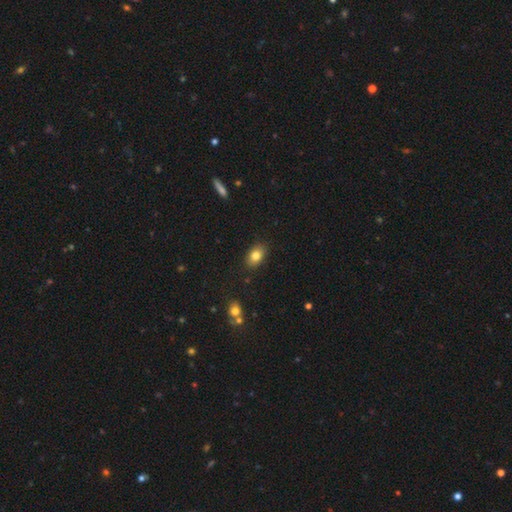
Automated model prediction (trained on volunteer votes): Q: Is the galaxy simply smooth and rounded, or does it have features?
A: smooth — 81%.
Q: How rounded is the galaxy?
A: in between — 84%.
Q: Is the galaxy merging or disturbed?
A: none — 87%.